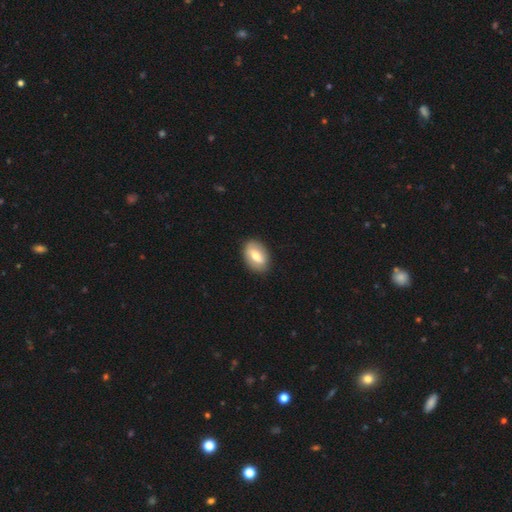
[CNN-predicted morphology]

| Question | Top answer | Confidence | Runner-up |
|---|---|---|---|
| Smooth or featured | smooth | 59% | featured or disk (35%) |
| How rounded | in between | 84% | round (13%) |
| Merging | none | 87% | minor disturbance (9%) |